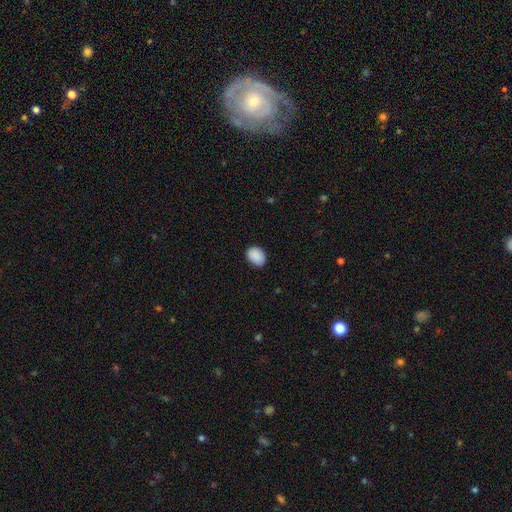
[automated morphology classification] This appears to be a smooth galaxy with no disk features (90%) that is in between round and cigar-shaped (71%). Merging: none (86%).